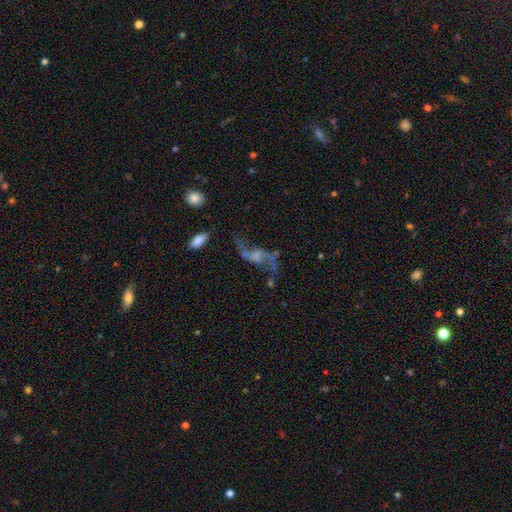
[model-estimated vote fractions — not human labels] Q: Smooth or featured?
A: featured or disk (78%); runner-up: star or artifact (12%)
Q: Edge-on disk?
A: no (90%); runner-up: yes (10%)
Q: Bar?
A: no (55%); runner-up: weak (34%)
Q: Spiral arms?
A: yes (87%); runner-up: no (13%)
Q: Spiral winding?
A: loose (89%); runner-up: medium (8%)
Q: Spiral arm count?
A: 2 (90%); runner-up: can't tell (3%)
Q: Bulge size?
A: small (39%); runner-up: none (27%)
Q: Merging?
A: none (56%); runner-up: major disturbance (20%)